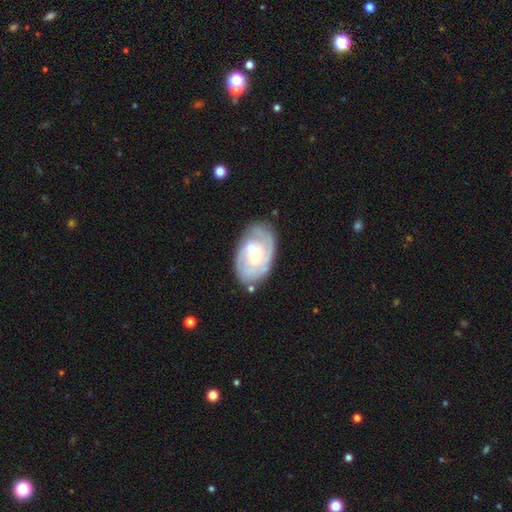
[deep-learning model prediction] smooth_or_featured: featured or disk (p=0.72) [alt: smooth p=0.22]
disk_edge_on: no (p=0.96) [alt: yes p=0.04]
bar: no (p=0.72) [alt: weak p=0.23]
has_spiral_arms: yes (p=0.79) [alt: no p=0.21]
spiral_winding: tight (p=0.63) [alt: medium p=0.27]
spiral_arm_count: can't tell (p=0.46) [alt: 2 p=0.26]
bulge_size: moderate (p=0.47) [alt: small p=0.46]
merging: none (p=0.64) [alt: minor disturbance p=0.19]